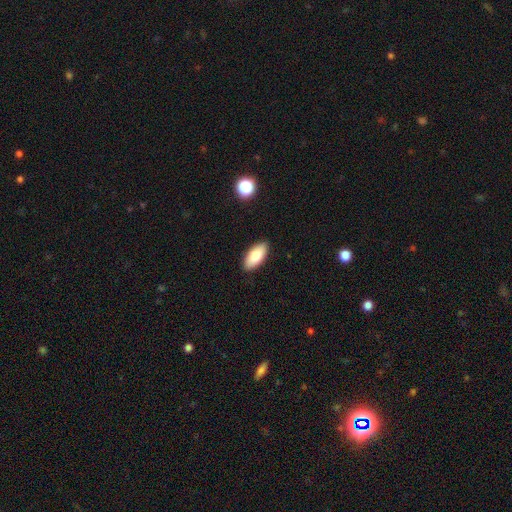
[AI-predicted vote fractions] A smooth galaxy with no disk features (83%) that is in between round and cigar-shaped (89%). Merging: none (89%).